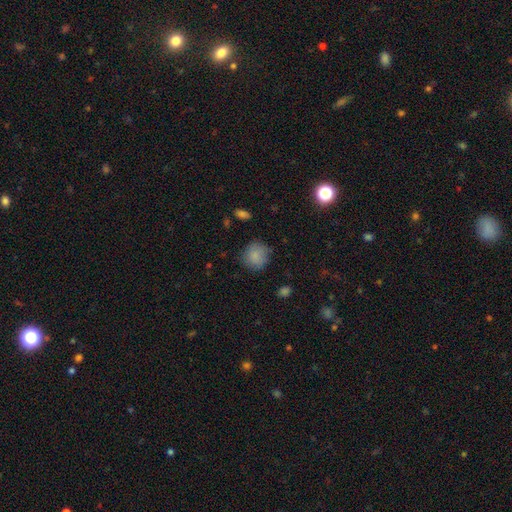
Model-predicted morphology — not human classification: The model was most divided on "merging": none: 78%, minor disturbance: 16%, major disturbance: 4%, merger: 1%. More confident: how rounded — round (87%); smooth or featured — smooth (84%).